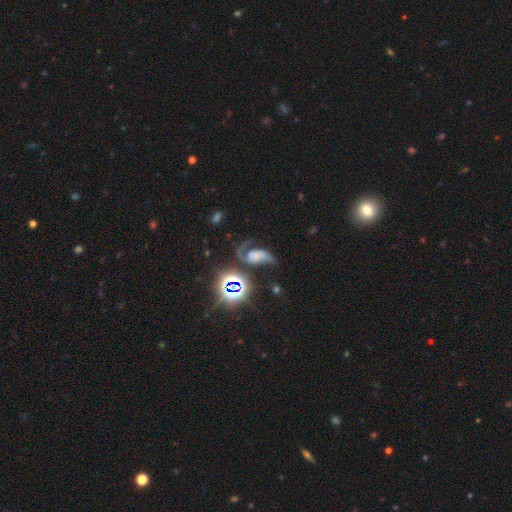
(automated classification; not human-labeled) Q: Smooth or featured?
A: featured or disk (67%); runner-up: star or artifact (19%)
Q: Edge-on disk?
A: no (97%); runner-up: yes (3%)
Q: Bar?
A: no (60%); runner-up: weak (26%)
Q: Spiral arms?
A: yes (92%); runner-up: no (8%)
Q: Spiral winding?
A: loose (62%); runner-up: medium (30%)
Q: Spiral arm count?
A: 2 (78%); runner-up: 1 (17%)
Q: Bulge size?
A: none (43%); runner-up: small (20%)
Q: Merging?
A: none (40%); runner-up: major disturbance (31%)